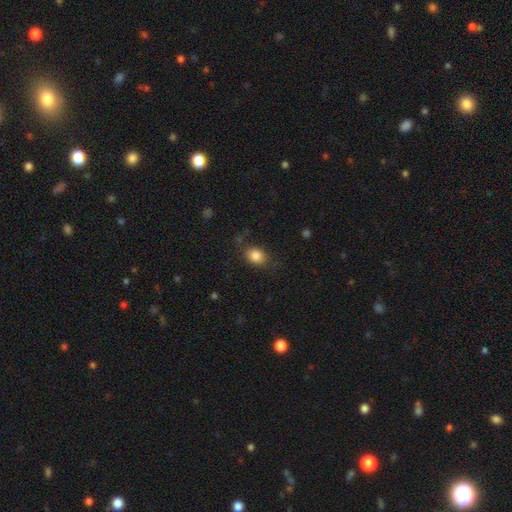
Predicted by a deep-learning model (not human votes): Q: Smooth or featured?
A: smooth (84%); runner-up: star or artifact (10%)
Q: How rounded?
A: in between (55%); runner-up: round (44%)
Q: Merging?
A: none (78%); runner-up: minor disturbance (15%)